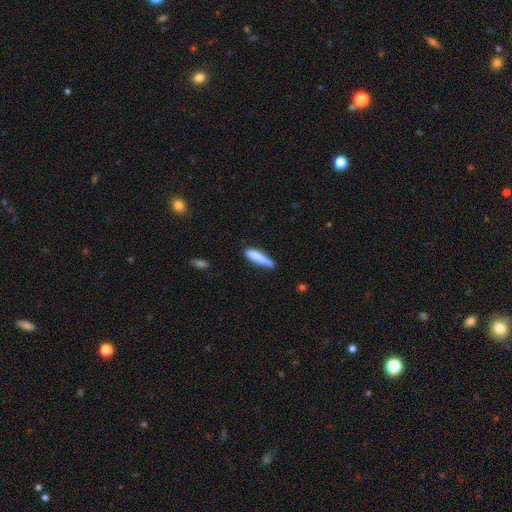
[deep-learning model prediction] A smooth galaxy with no disk features (83%) that is cigar-shaped (80%).

Vote fractions:
- Smooth or featured? smooth: 83% / featured or disk: 11% / star or artifact: 6%
- How rounded? cigar-shaped: 80% / in between: 18% / round: 1%
- Merging? none: 64% / minor disturbance: 28% / major disturbance: 5% / merger: 3%